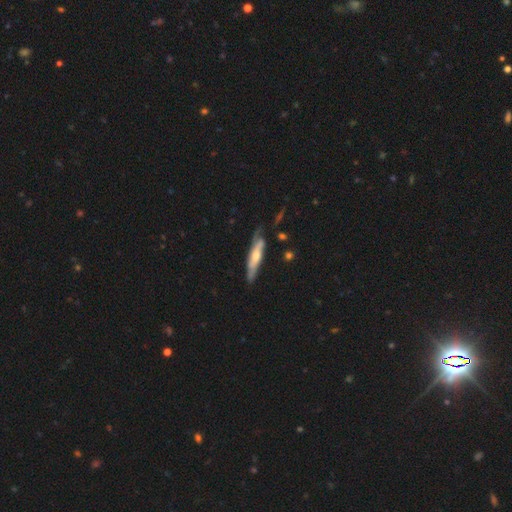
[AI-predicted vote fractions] Q: Smooth or featured?
A: featured or disk (56%); runner-up: smooth (39%)
Q: Edge-on disk?
A: yes (65%); runner-up: no (35%)
Q: Merging?
A: none (55%); runner-up: minor disturbance (28%)